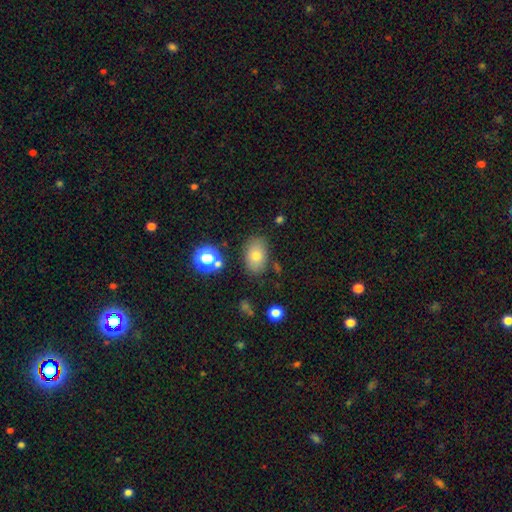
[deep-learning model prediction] Morphology: type=smooth (74%); roundness=in between (84%); merging=none (79%).